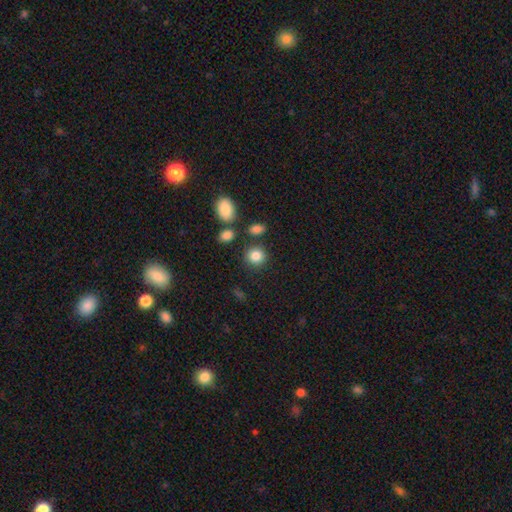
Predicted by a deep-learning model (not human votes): The model was most divided on "how rounded": round: 81%, in between: 18%, cigar-shaped: 1%. More confident: smooth or featured — smooth (85%); merging — none (80%).